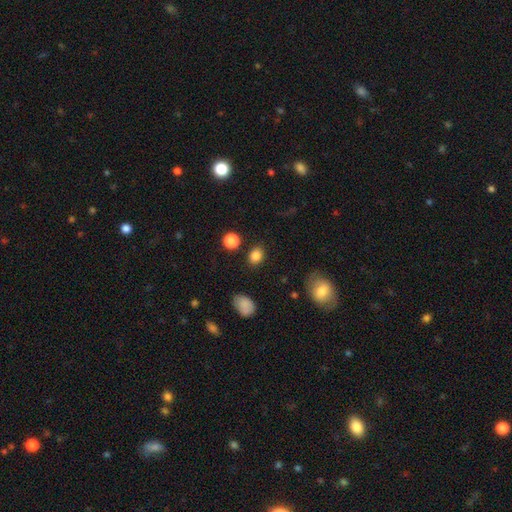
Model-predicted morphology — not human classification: A smooth galaxy with no disk features (85%) that is round (51%).

Vote fractions:
- Smooth or featured? smooth: 85% / star or artifact: 11% / featured or disk: 5%
- How rounded? round: 51% / in between: 47% / cigar-shaped: 1%
- Merging? none: 86% / minor disturbance: 8% / major disturbance: 3% / merger: 3%